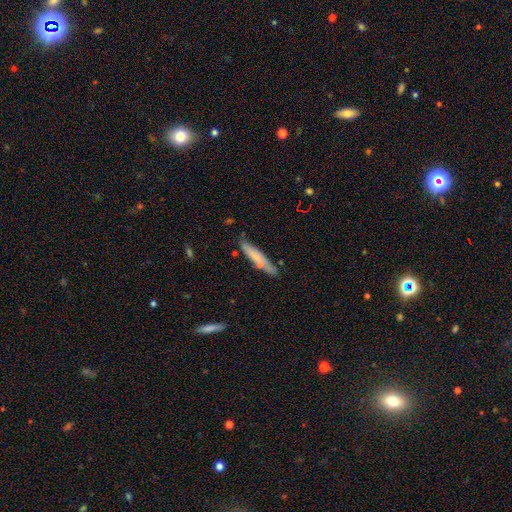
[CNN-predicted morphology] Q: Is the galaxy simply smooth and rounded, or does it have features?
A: smooth — 62%.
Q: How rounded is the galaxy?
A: cigar-shaped — 88%.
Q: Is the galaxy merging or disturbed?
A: none — 76%.